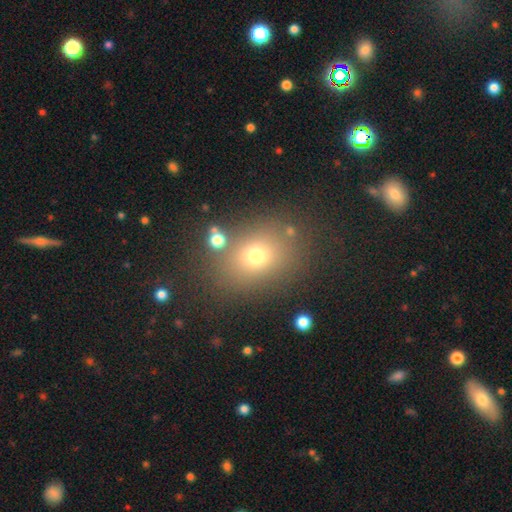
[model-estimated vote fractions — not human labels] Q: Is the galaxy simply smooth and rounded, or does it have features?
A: smooth — 68%.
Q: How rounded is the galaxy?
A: in between — 50%.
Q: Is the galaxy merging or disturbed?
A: none — 80%.